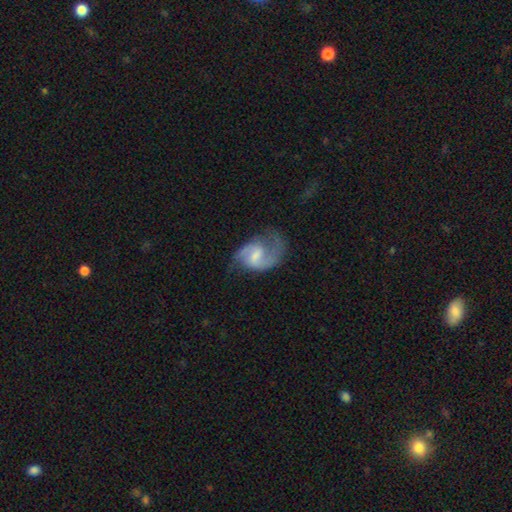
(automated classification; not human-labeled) This is likely a featured or disk galaxy (80%). It is clearly not viewed edge-on (98%). Bar: possibly weak (60%). Spiral arm pattern: clearly yes (92%). Spiral arm count: clearly 2 (80%). Spiral winding: possibly medium (47%). Central bulge: marginally moderate (37%). Merging: possibly none (52%).